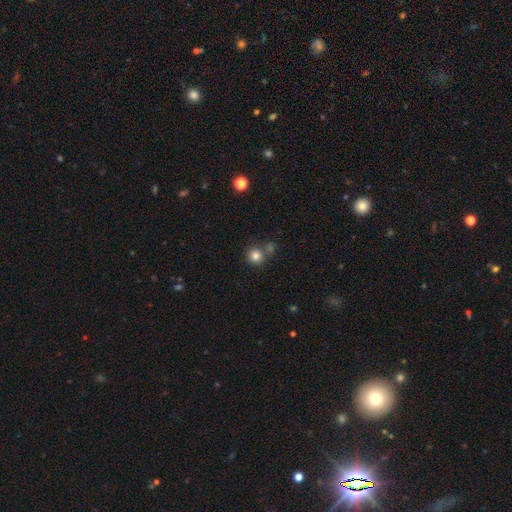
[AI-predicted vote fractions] Q: Smooth or featured?
A: smooth (82%); runner-up: star or artifact (12%)
Q: How rounded?
A: round (92%); runner-up: in between (7%)
Q: Merging?
A: none (67%); runner-up: merger (18%)